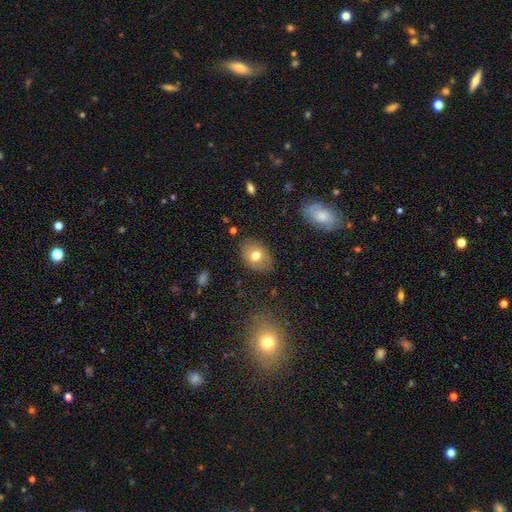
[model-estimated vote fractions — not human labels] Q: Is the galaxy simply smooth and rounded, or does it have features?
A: smooth — 71%.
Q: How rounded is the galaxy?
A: in between — 74%.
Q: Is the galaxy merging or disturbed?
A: none — 84%.